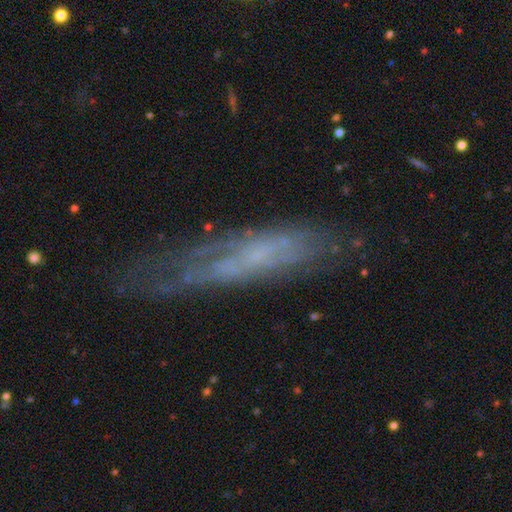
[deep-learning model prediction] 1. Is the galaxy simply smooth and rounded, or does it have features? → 55% featured or disk, 34% smooth, 12% star or artifact.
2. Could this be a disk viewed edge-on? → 50% yes (tied), 50% no (tied).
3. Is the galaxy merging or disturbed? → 60% none, 24% minor disturbance, 13% major disturbance, 3% merger.